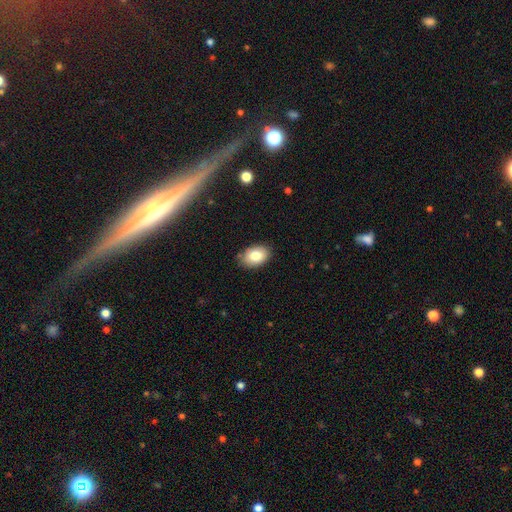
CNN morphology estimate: Overall: smooth (82%). How rounded: in between (87%). Merging: none (84%).